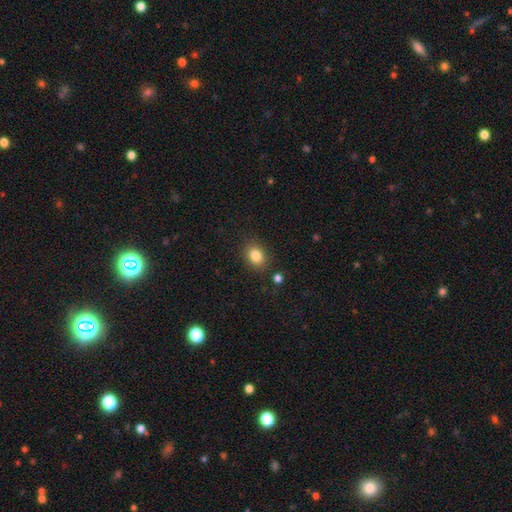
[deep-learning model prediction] smooth-or-featured: smooth: 84% | star or artifact: 10% | featured or disk: 6%
  how-rounded: in between: 58% | round: 40% | cigar-shaped: 1%
  merging: none: 85% | minor disturbance: 10% | major disturbance: 3% | merger: 3%